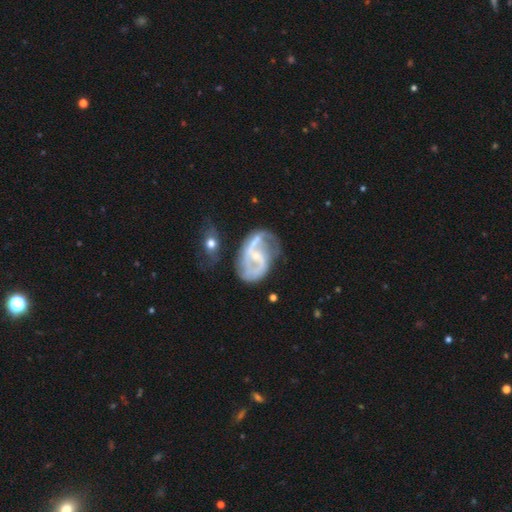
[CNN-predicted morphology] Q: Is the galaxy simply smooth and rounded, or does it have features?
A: featured or disk — 86%.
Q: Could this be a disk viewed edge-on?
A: no — 97%.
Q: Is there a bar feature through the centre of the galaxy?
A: weak — 43%.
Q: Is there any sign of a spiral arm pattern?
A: yes — 92%.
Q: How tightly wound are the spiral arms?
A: medium — 43%.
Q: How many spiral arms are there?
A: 2 — 79%.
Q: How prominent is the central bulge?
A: small — 69%.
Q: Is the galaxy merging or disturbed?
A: none — 47%.